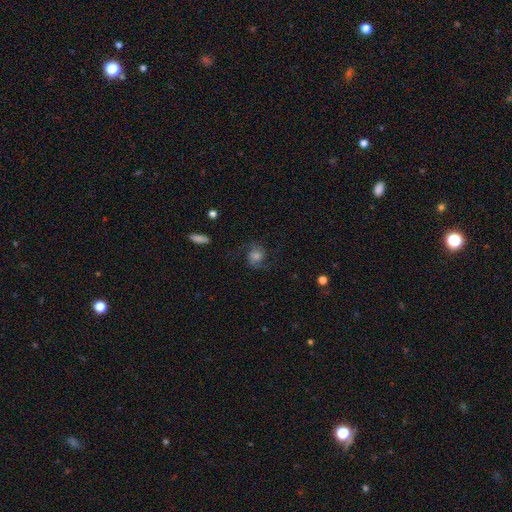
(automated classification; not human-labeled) smooth_or_featured: featured or disk (p=0.74) [alt: smooth p=0.16]
disk_edge_on: no (p=0.97) [alt: yes p=0.03]
bar: no (p=0.64) [alt: weak p=0.30]
has_spiral_arms: yes (p=0.96) [alt: no p=0.04]
spiral_winding: medium (p=0.50) [alt: loose p=0.34]
spiral_arm_count: 2 (p=0.92) [alt: can't tell p=0.03]
bulge_size: moderate (p=0.46) [alt: small p=0.25]
merging: none (p=0.77) [alt: minor disturbance p=0.13]